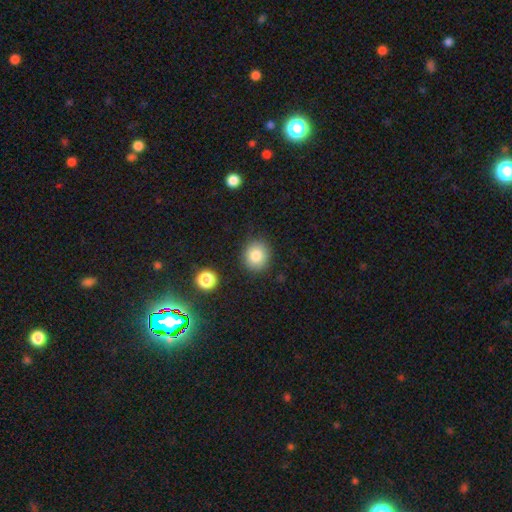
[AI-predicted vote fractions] smooth_or_featured: smooth (p=0.83) [alt: star or artifact p=0.10]
how_rounded: round (p=0.80) [alt: in between p=0.19]
merging: none (p=0.87) [alt: minor disturbance p=0.08]